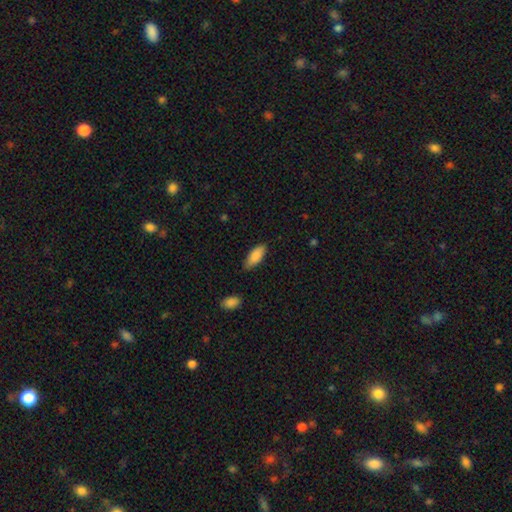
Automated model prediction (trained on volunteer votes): Overall: smooth (88%). How rounded: in between (81%). Merging: none (80%).